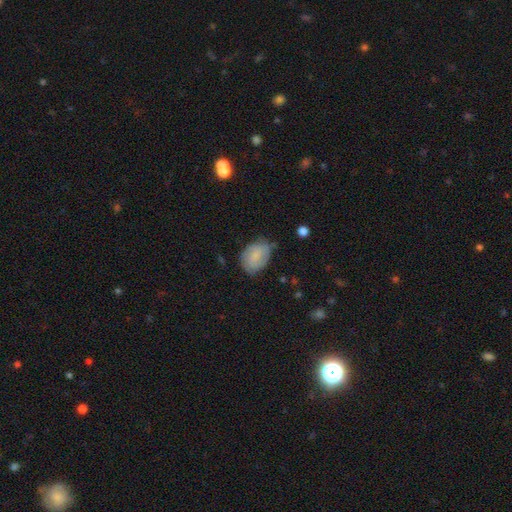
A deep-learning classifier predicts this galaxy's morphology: Q: Smooth or featured?
A: smooth (64%); runner-up: featured or disk (29%)
Q: How rounded?
A: in between (77%); runner-up: round (22%)
Q: Merging?
A: none (64%); runner-up: minor disturbance (28%)